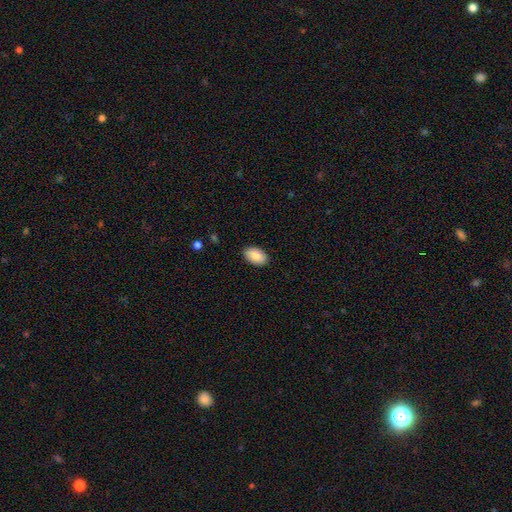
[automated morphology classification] A smooth galaxy with no disk features (88%) that is in between round and cigar-shaped (92%).

Vote fractions:
- Smooth or featured? smooth: 88% / star or artifact: 6% / featured or disk: 6%
- How rounded? in between: 92% / round: 6% / cigar-shaped: 1%
- Merging? none: 89% / minor disturbance: 8% / major disturbance: 2% / merger: 1%